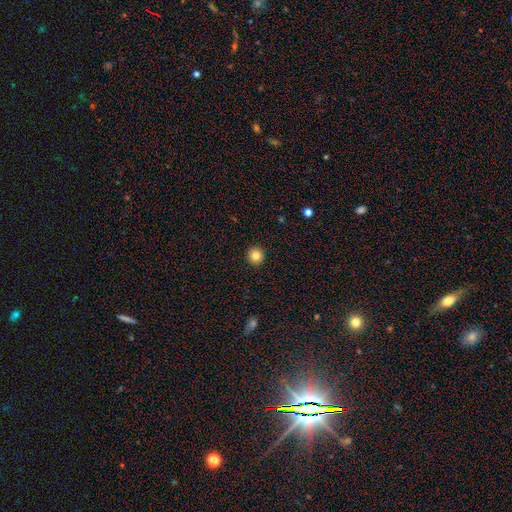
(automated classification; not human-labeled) A smooth galaxy with no disk features (83%) that is round (95%). Merging: none (94%).